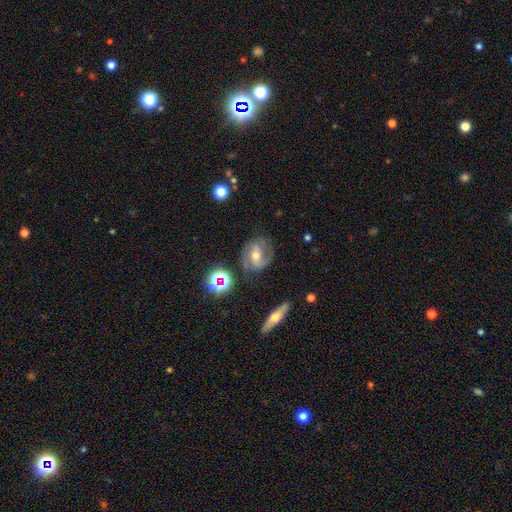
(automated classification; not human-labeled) This is likely a featured or disk galaxy (69%). It is clearly not viewed edge-on (95%). Bar: marginally weak (40%). Spiral arm pattern: clearly yes (86%). Spiral arm count: likely 2 (75%). Spiral winding: possibly medium (47%). Central bulge: likely moderate (61%). Merging: likely none (68%).